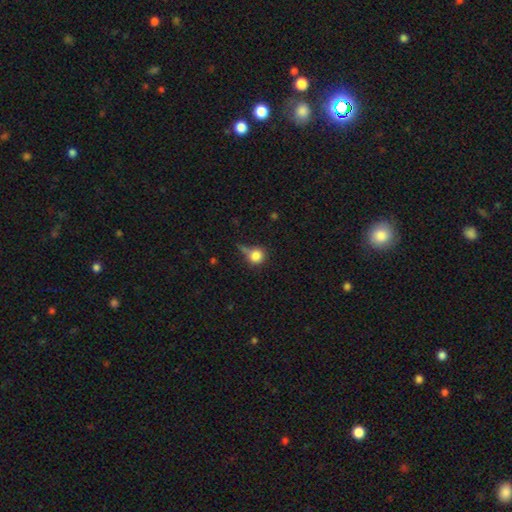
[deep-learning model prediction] A smooth galaxy with no disk features (81%) that is round (85%).

Vote fractions:
- Smooth or featured? smooth: 81% / star or artifact: 10% / featured or disk: 8%
- How rounded? round: 85% / in between: 13% / cigar-shaped: 1%
- Merging? none: 45% / minor disturbance: 29% / major disturbance: 15% / merger: 11%